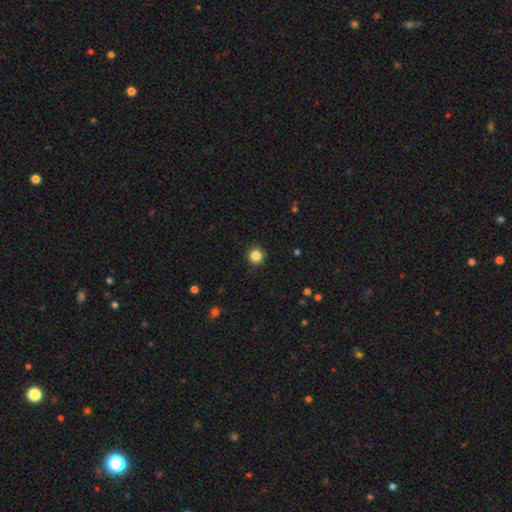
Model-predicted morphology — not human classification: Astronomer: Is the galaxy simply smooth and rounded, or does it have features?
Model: smooth — 84%.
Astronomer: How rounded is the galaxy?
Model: round — 95%.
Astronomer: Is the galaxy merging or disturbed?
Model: none — 91%.